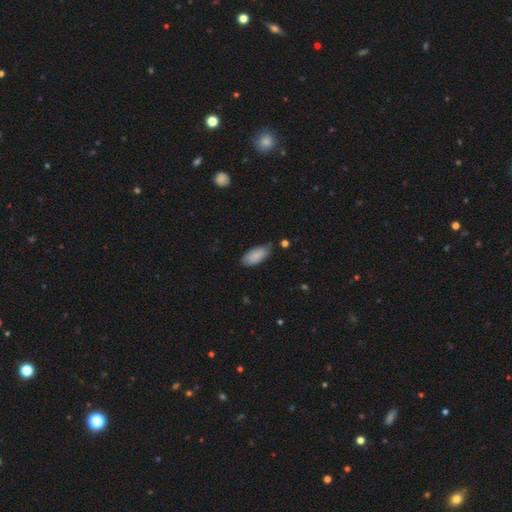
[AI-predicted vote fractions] Morphology: type=smooth (86%); roundness=in between (91%); merging=none (63%).